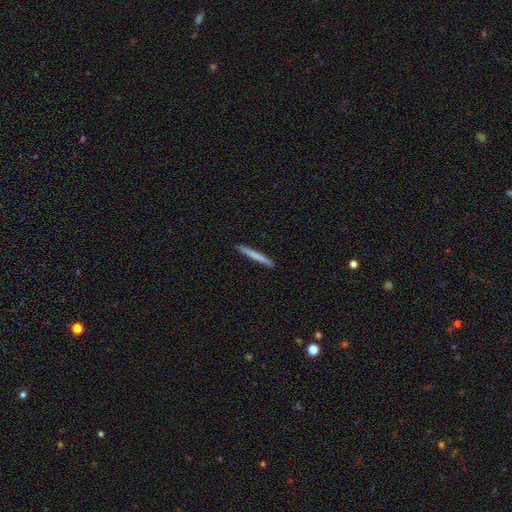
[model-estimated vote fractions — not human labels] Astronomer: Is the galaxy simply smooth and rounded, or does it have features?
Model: smooth — 69%.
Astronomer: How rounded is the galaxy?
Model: cigar-shaped — 97%.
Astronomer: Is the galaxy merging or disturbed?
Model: none — 93%.